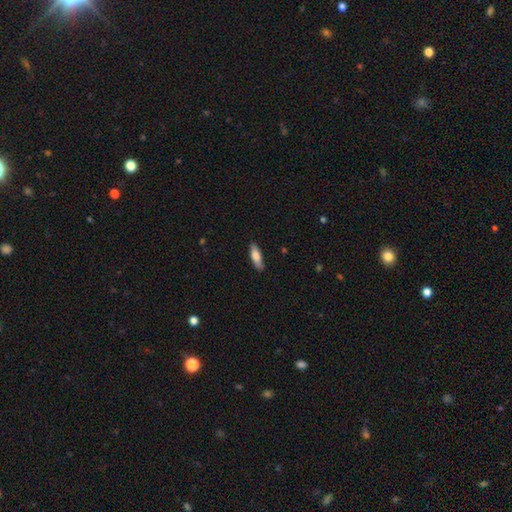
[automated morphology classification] smooth 74%, featured or disk 20%, star or artifact 6%. Down the decision tree: how rounded — in between (53%); merging — none (83%).